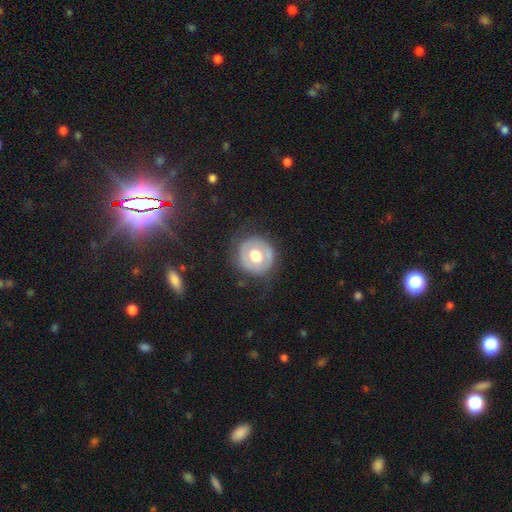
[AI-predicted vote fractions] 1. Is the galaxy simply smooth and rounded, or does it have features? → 48% smooth, 45% featured or disk, 7% star or artifact.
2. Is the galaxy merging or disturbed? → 75% none, 16% minor disturbance, 8% major disturbance, 1% merger.